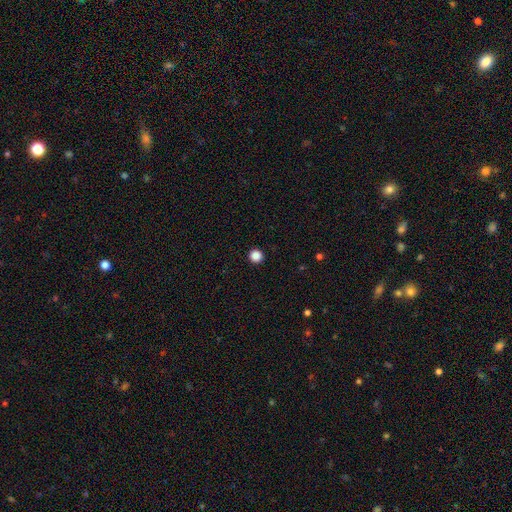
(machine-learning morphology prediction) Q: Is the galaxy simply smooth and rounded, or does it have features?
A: smooth — 86%.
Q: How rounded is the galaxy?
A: round — 96%.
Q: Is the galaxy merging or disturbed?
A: none — 94%.